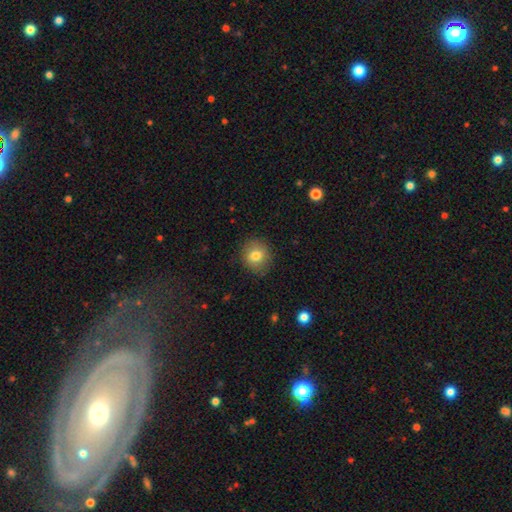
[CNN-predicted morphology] Smooth or featured?
  - smooth: 80% *
  - featured or disk: 11%
  - star or artifact: 9%
How rounded?
  - round: 83% *
  - in between: 16%
  - cigar-shaped: 1%
Merging?
  - none: 87% *
  - minor disturbance: 9%
  - major disturbance: 3%
  - merger: 1%